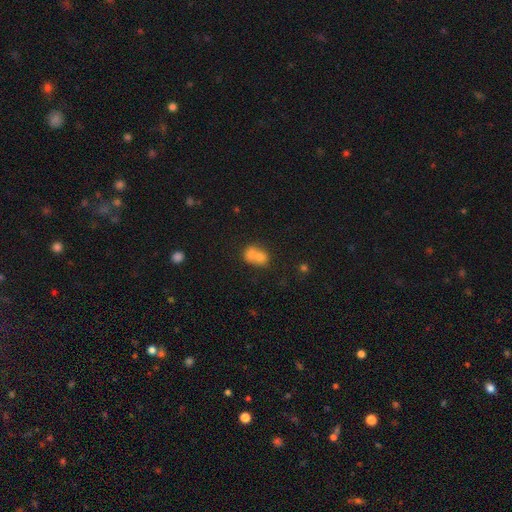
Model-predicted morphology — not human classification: This is likely a smooth galaxy (71%). How rounded: possibly round (54%). Merging: likely merger (71%).